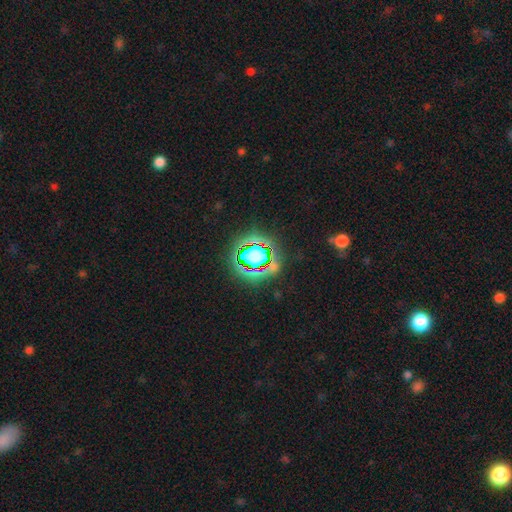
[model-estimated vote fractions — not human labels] Morphology: type=star or artifact (57%).